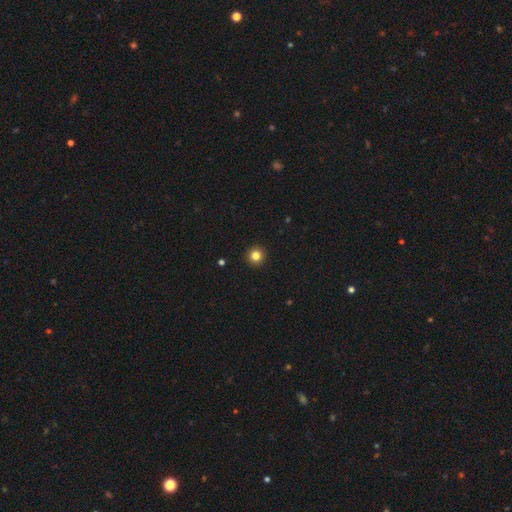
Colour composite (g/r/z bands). It shows a smooth galaxy with no disk features (92%) that is round (97%). Merging: none (100%).